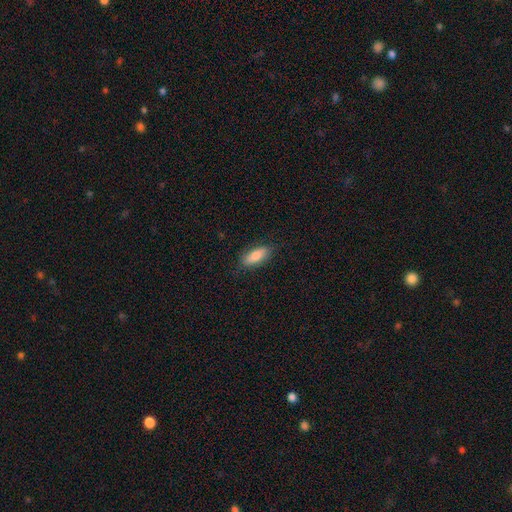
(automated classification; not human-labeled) smooth 80%, featured or disk 13%, star or artifact 7%. Down the decision tree: how rounded — in between (81%); merging — none (83%).